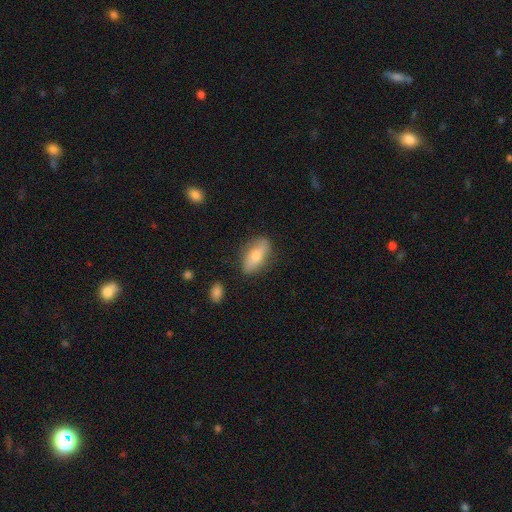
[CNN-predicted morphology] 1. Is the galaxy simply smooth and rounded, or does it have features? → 64% smooth, 29% featured or disk, 7% star or artifact.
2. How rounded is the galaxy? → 79% in between, 17% cigar-shaped, 4% round.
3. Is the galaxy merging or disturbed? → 81% none, 14% minor disturbance, 3% major disturbance, 2% merger.